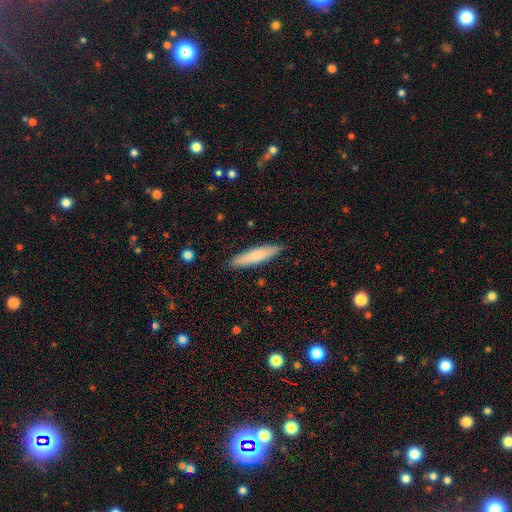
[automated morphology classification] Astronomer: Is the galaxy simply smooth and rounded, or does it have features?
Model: smooth — 78%.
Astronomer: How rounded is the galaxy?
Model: cigar-shaped — 80%.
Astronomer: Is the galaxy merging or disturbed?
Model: none — 88%.